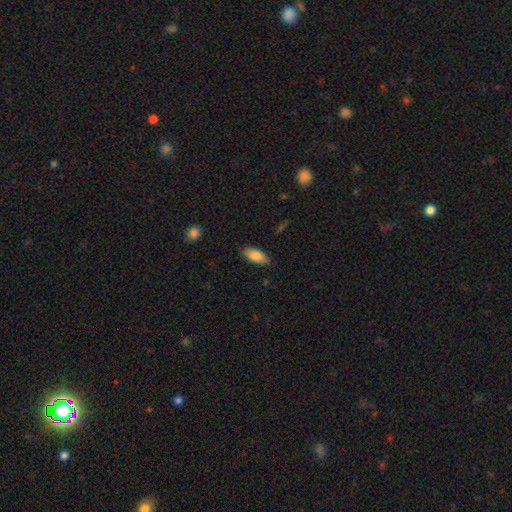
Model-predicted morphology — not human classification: The model was most divided on "smooth or featured": smooth: 82%, featured or disk: 11%, star or artifact: 6%. More confident: how rounded — in between (88%); merging — none (86%).